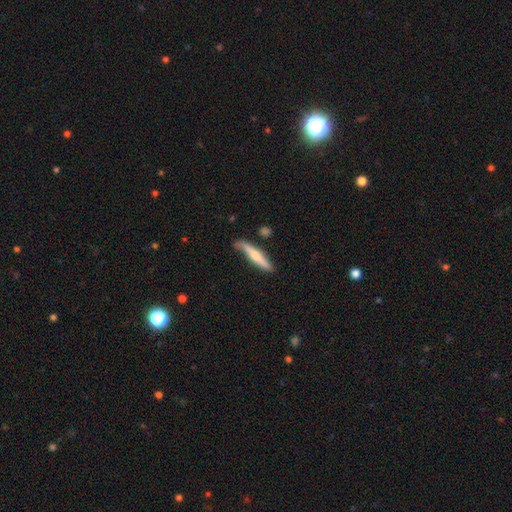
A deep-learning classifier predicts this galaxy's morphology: smooth-or-featured: smooth: 55% | featured or disk: 40% | star or artifact: 5%
  how-rounded: cigar-shaped: 90% | in between: 8% | round: 2%
  merging: none: 68% | minor disturbance: 23% | major disturbance: 5% | merger: 4%